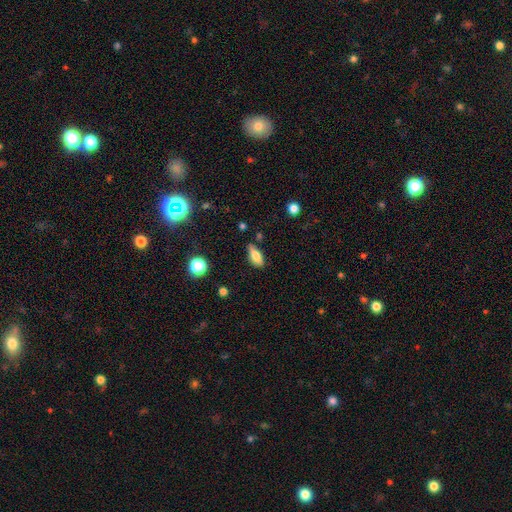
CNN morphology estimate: This appears to be a smooth galaxy with no disk features (70%) that is in between round and cigar-shaped (76%). Merging: none (76%).